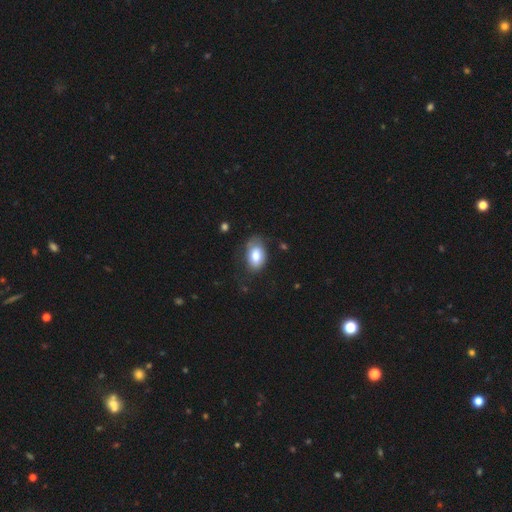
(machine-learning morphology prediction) Q: Smooth or featured?
A: smooth (76%); runner-up: featured or disk (18%)
Q: How rounded?
A: in between (91%); runner-up: round (7%)
Q: Merging?
A: none (59%); runner-up: minor disturbance (27%)